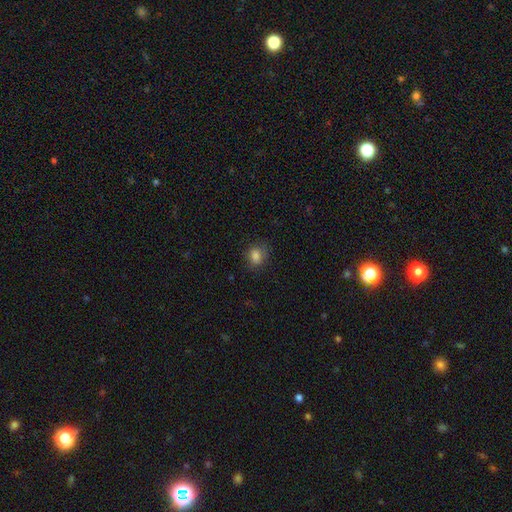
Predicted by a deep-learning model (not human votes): This is clearly a smooth galaxy (83%). How rounded: possibly in between (52%). Merging: likely none (75%).